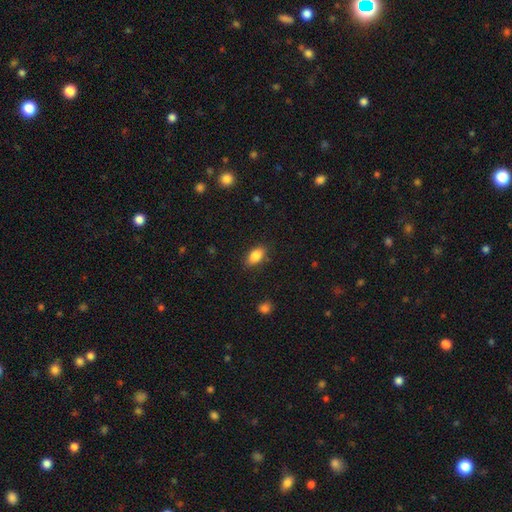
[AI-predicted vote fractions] This is clearly a smooth galaxy (86%). How rounded: clearly in between (89%). Merging: clearly none (85%).